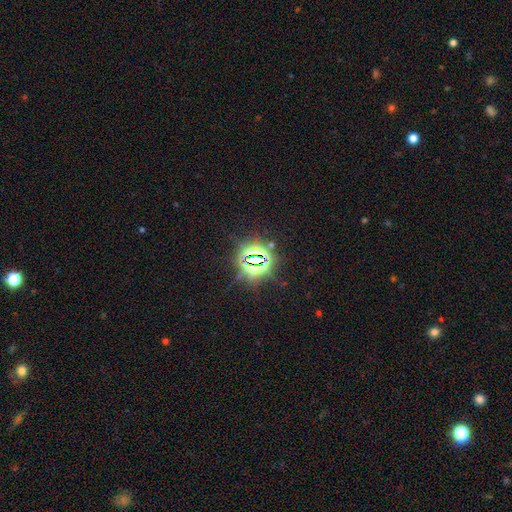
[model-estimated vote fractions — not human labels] smooth-or-featured: star or artifact: 82% | smooth: 11% | featured or disk: 7%